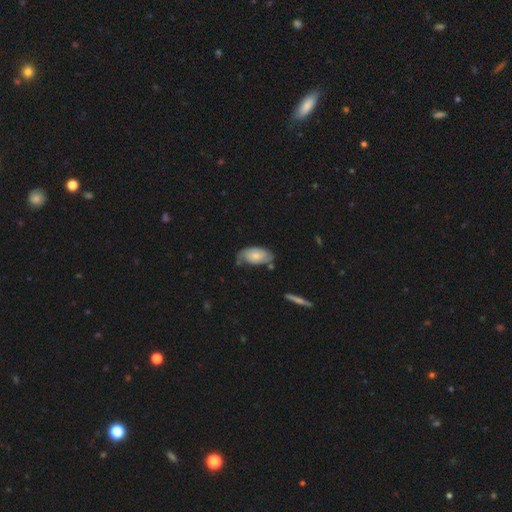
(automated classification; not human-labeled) Overall: featured or disk (50%; smooth 44%). Merging: none (52%; minor disturbance 31%).